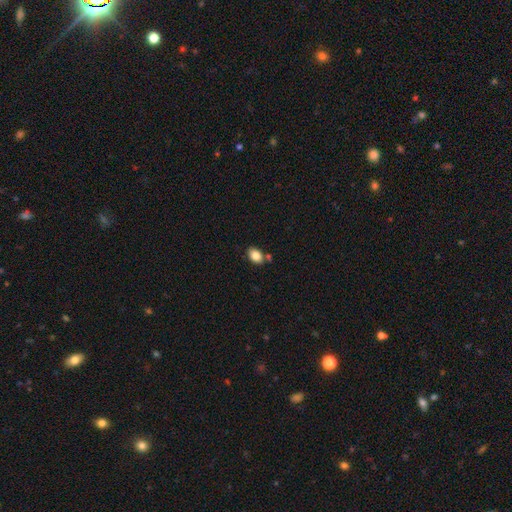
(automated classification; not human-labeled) Smooth or featured? smooth (85%)
How rounded? in between (80%)
Merging? none (73%)